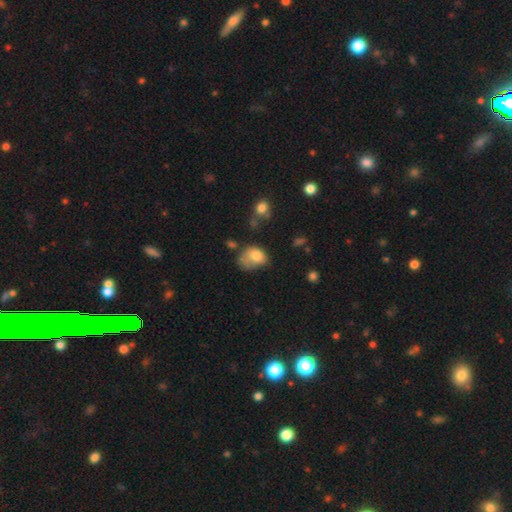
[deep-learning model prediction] Smooth or featured? Predicted: smooth (p=0.75). How rounded? Predicted: in between (p=0.65). Merging? Predicted: minor disturbance (p=0.33).